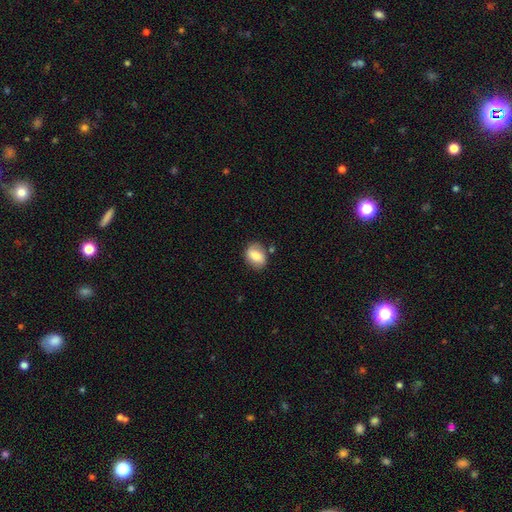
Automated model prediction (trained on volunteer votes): Smooth or featured? Predicted: smooth (p=0.74). How rounded? Predicted: in between (p=0.63). Merging? Predicted: none (p=0.73).